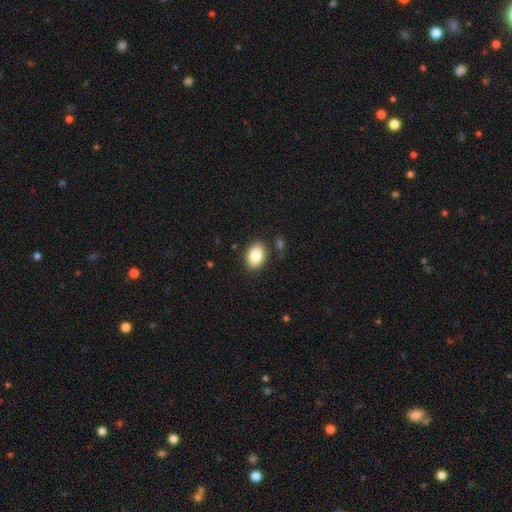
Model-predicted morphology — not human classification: smooth_or_featured: smooth (p=0.83) [alt: featured or disk p=0.09]
how_rounded: in between (p=0.84) [alt: round p=0.15]
merging: none (p=0.86) [alt: minor disturbance p=0.09]